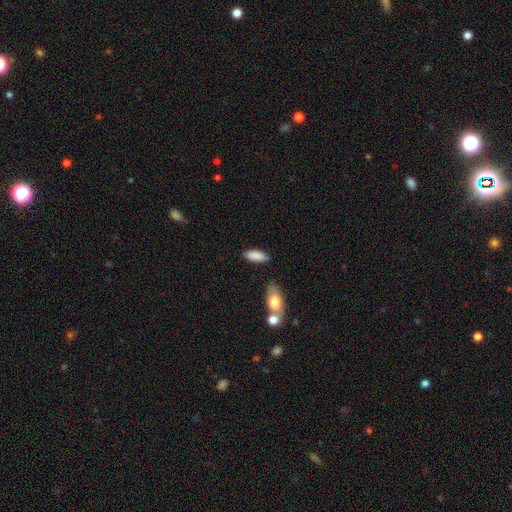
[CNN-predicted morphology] Smooth or featured? Predicted: smooth (p=0.87). How rounded? Predicted: in between (p=0.74). Merging? Predicted: none (p=0.78).